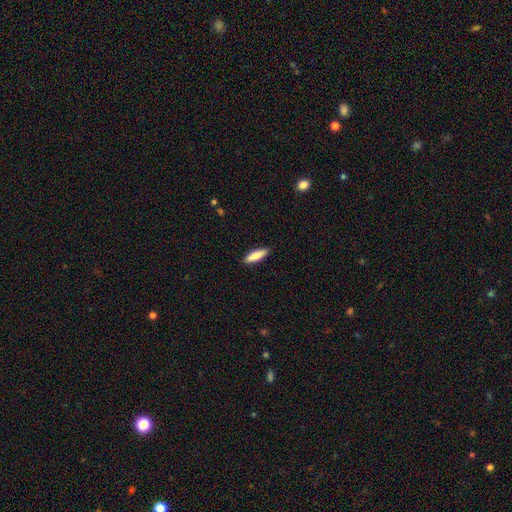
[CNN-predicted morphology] Smooth or featured: smooth — 80% (featured or disk — 14%)
How rounded: cigar-shaped — 54% (in between — 45%)
Merging: none — 89% (minor disturbance — 8%)